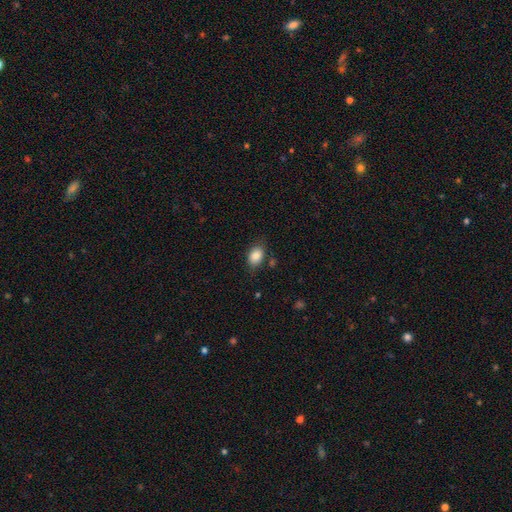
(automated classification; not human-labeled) smooth-or-featured: smooth: 86% | star or artifact: 8% | featured or disk: 6%
  how-rounded: in between: 81% | round: 18% | cigar-shaped: 1%
  merging: none: 76% | minor disturbance: 17% | major disturbance: 4% | merger: 3%